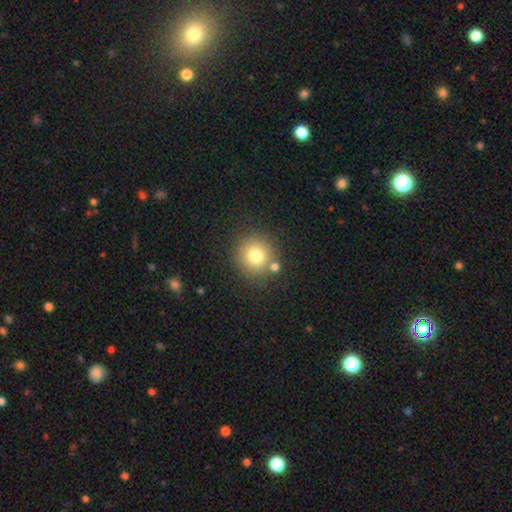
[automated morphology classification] Smooth or featured: smooth — 77% (star or artifact — 13%)
How rounded: round — 92% (in between — 7%)
Merging: none — 78% (merger — 10%)